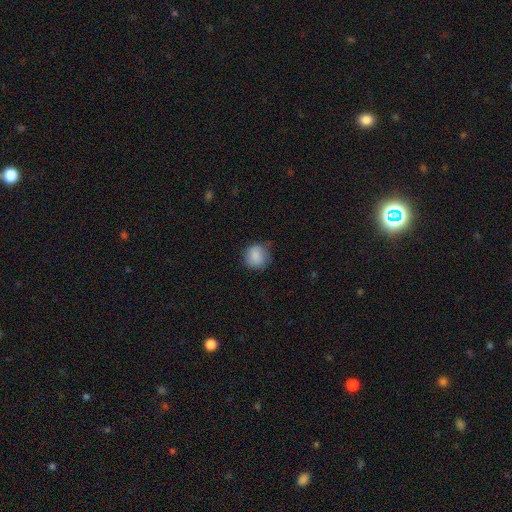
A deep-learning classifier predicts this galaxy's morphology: The model was most divided on "merging": none: 73%, minor disturbance: 22%, major disturbance: 5%, merger: 1%. More confident: how rounded — round (88%); smooth or featured — smooth (85%).